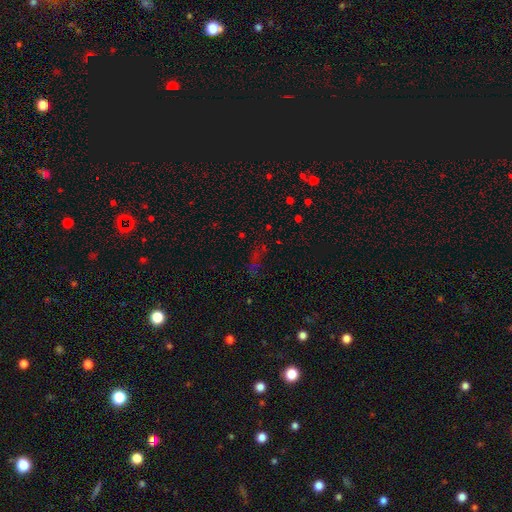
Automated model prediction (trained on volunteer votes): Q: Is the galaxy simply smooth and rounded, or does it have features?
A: star or artifact — 58%.